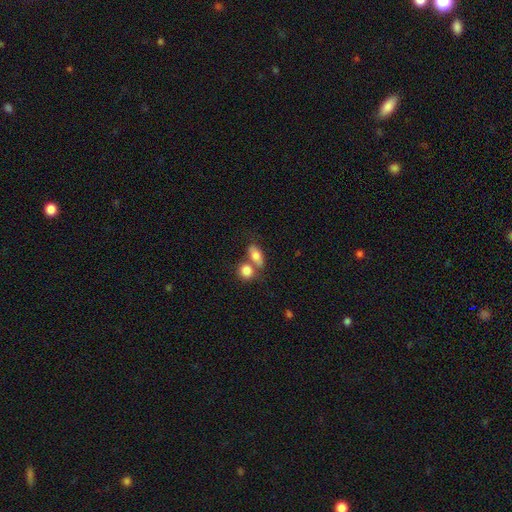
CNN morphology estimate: Smooth or featured?
  - smooth: 79% *
  - featured or disk: 13%
  - star or artifact: 8%
How rounded?
  - in between: 77% *
  - round: 17%
  - cigar-shaped: 6%
Merging?
  - merger: 45% *
  - none: 39%
  - minor disturbance: 11%
  - major disturbance: 5%